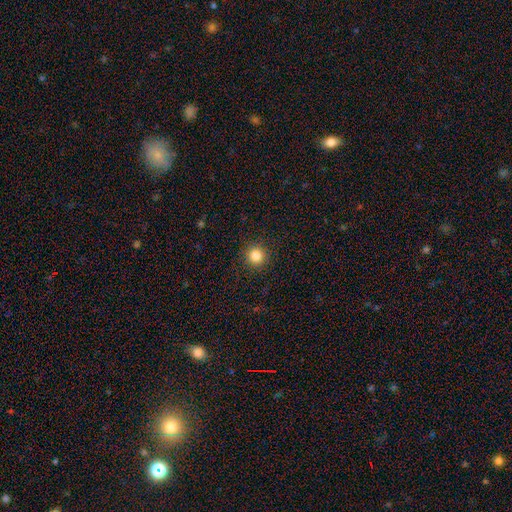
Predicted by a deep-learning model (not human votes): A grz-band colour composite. It shows a smooth galaxy with no disk features (83%) that is round (95%). Merging: none (92%).